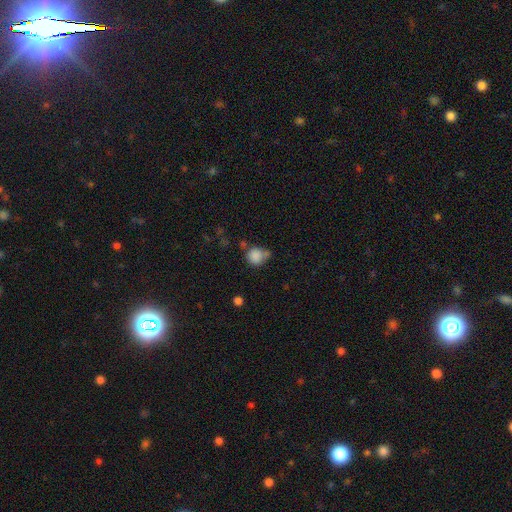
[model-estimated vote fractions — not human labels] Overall: smooth (84%). How rounded: round (80%). Merging: none (49%; minor disturbance 25%).